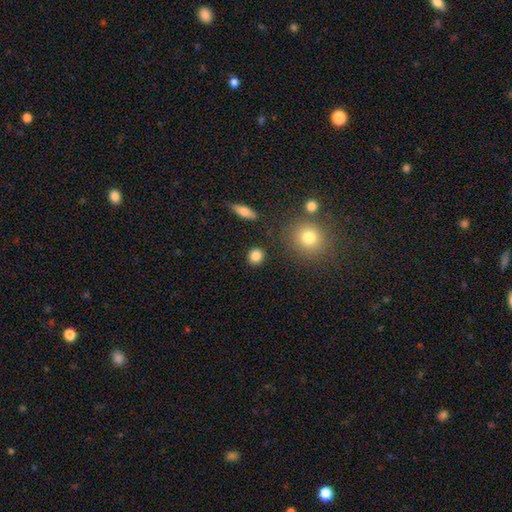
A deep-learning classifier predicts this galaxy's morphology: Smooth or featured: smooth — 85% (star or artifact — 11%)
How rounded: round — 88% (in between — 10%)
Merging: none — 88% (minor disturbance — 7%)